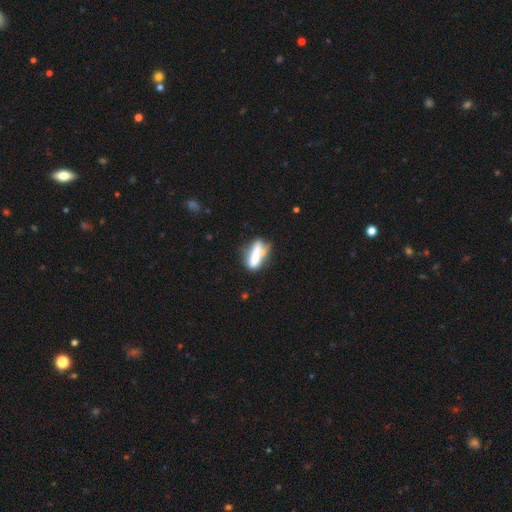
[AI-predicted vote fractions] A smooth galaxy with no disk features (59%) that is in between round and cigar-shaped (52%).

Vote fractions:
- Smooth or featured? smooth: 59% / featured or disk: 32% / star or artifact: 9%
- How rounded? in between: 52% / cigar-shaped: 45% / round: 4%
- Merging? none: 40% / minor disturbance: 24% / merger: 18% / major disturbance: 17%